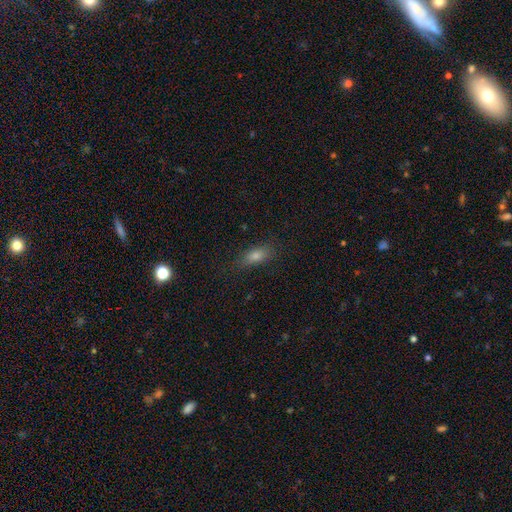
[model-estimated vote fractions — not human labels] Overall: smooth (71%). How rounded: in between (66%). Merging: none (79%).